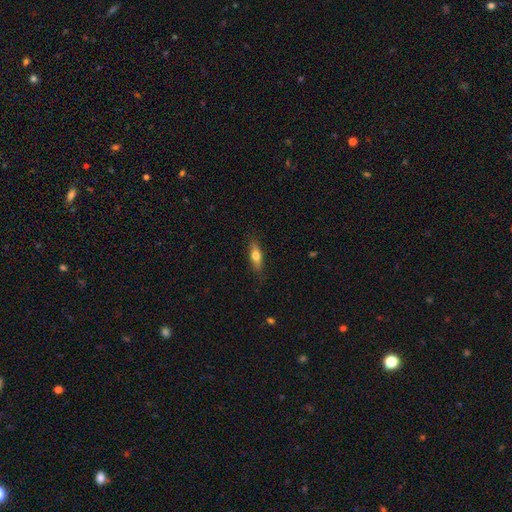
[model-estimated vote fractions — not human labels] The model was most divided on "how rounded": cigar-shaped: 50%, in between: 47%, round: 3%. More confident: merging — none (84%); smooth or featured — smooth (64%).